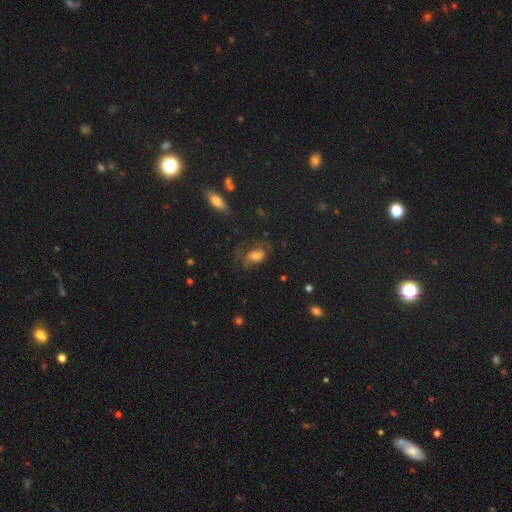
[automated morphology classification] A smooth galaxy with no disk features (44%). Merging: none (42%).